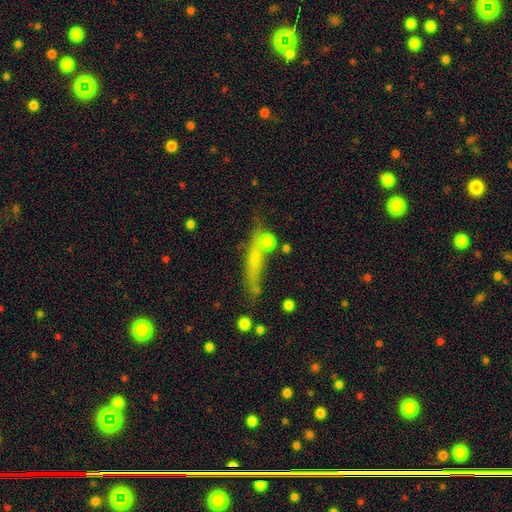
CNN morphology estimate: type=smooth (53%); roundness=cigar-shaped (77%); merging=none (57%).